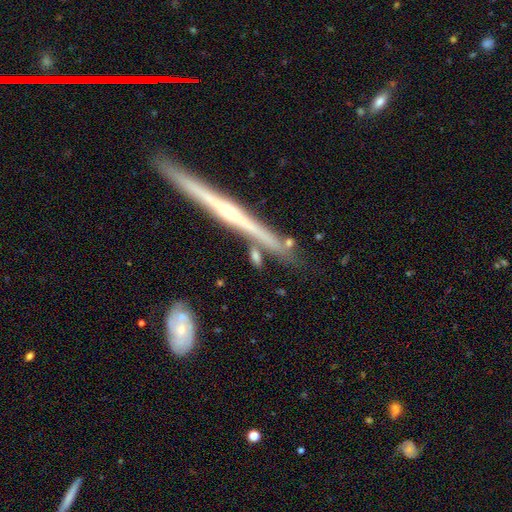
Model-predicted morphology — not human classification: A smooth galaxy with no disk features (63%) that is cigar-shaped (59%). Merging: none (67%).